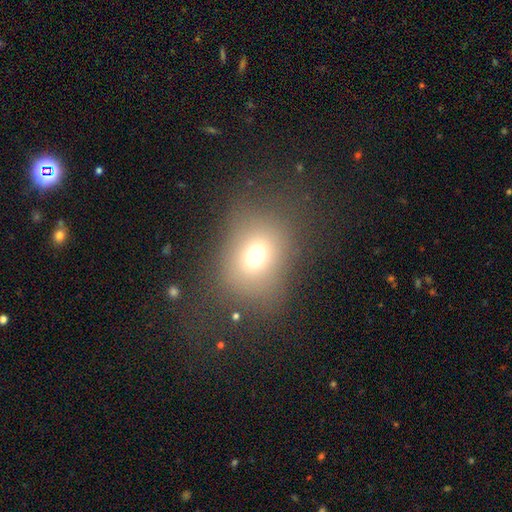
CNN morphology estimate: Smooth or featured?
  - smooth: 68% *
  - star or artifact: 19%
  - featured or disk: 12%
How rounded?
  - round: 51% *
  - in between: 48%
  - cigar-shaped: 1%
Merging?
  - none: 70% *
  - minor disturbance: 14%
  - major disturbance: 13%
  - merger: 3%